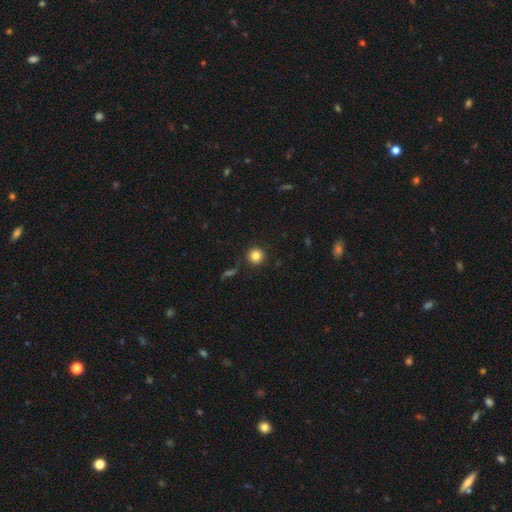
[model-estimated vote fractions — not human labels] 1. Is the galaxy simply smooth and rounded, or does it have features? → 82% smooth, 11% star or artifact, 6% featured or disk.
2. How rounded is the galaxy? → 95% round, 4% in between, 1% cigar-shaped.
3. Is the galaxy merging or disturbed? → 88% none, 7% minor disturbance, 3% merger, 2% major disturbance.